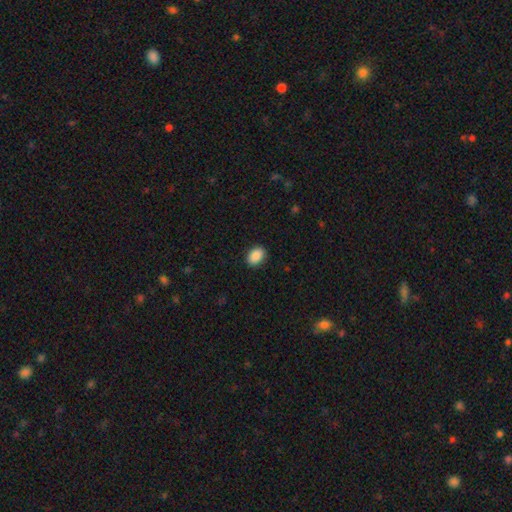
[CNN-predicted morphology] Q: Smooth or featured?
A: smooth (90%); runner-up: star or artifact (7%)
Q: How rounded?
A: in between (81%); runner-up: round (18%)
Q: Merging?
A: none (89%); runner-up: minor disturbance (8%)